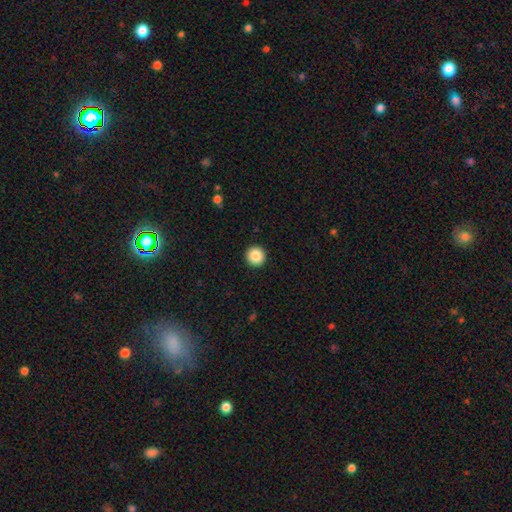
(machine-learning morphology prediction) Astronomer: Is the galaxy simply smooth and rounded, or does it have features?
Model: smooth — 87%.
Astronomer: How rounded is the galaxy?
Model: round — 96%.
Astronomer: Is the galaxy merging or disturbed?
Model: none — 93%.